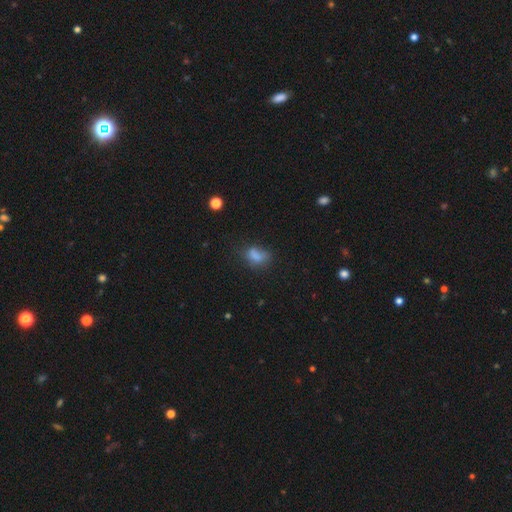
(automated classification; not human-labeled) Overall: smooth (74%). How rounded: in between (82%). Merging: none (42%; minor disturbance 31%).